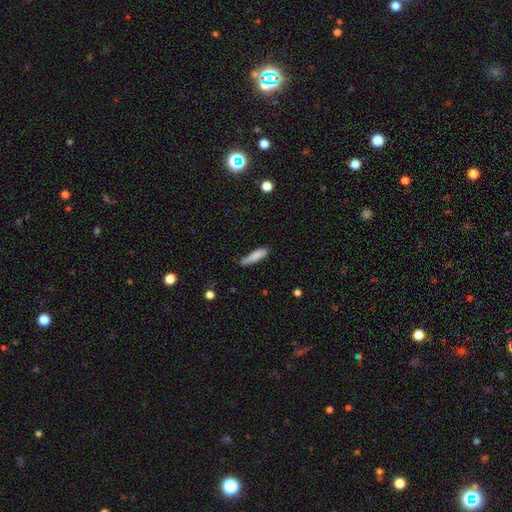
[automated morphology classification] Smooth or featured?
  - smooth: 83% *
  - featured or disk: 11%
  - star or artifact: 7%
How rounded?
  - cigar-shaped: 73% *
  - in between: 26%
  - round: 2%
Merging?
  - none: 73% *
  - minor disturbance: 22%
  - major disturbance: 3%
  - merger: 2%